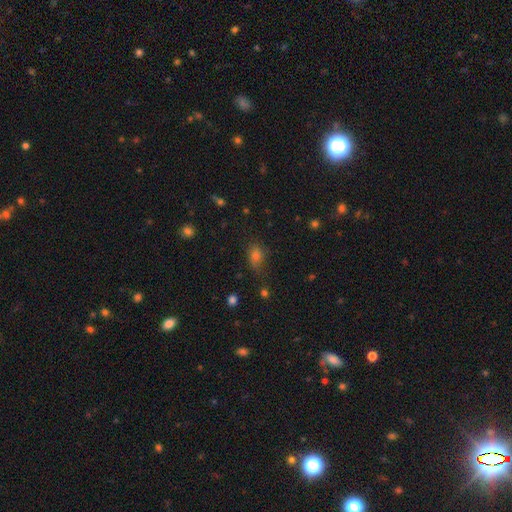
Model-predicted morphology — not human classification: type=smooth (66%); roundness=in between (62%); merging=none (64%).